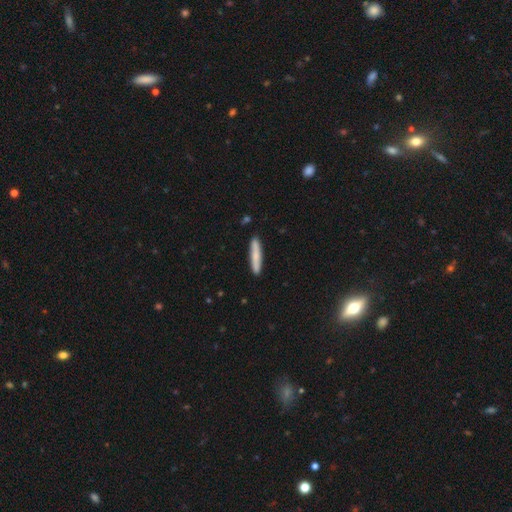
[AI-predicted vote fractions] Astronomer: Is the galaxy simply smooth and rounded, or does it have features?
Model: smooth — 76%.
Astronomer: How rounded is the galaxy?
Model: cigar-shaped — 92%.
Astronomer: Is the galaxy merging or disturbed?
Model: none — 89%.